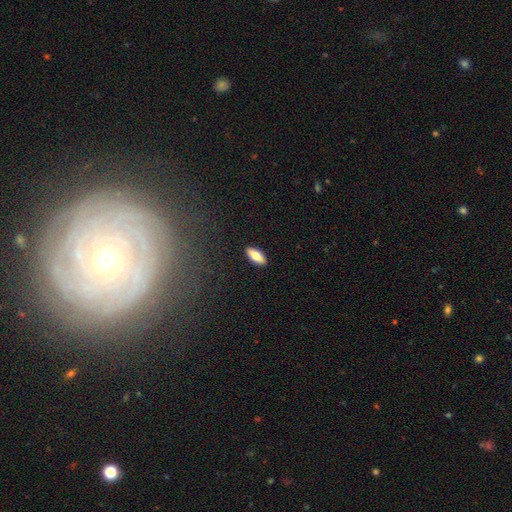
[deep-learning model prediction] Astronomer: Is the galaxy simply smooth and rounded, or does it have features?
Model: smooth — 76%.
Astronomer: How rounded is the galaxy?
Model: in between — 79%.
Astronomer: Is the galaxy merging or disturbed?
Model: none — 90%.